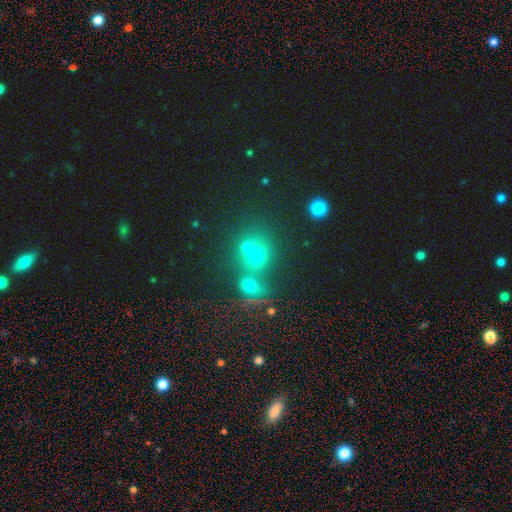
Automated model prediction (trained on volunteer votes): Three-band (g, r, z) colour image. It shows a smooth galaxy with no disk features (57%) that is round (79%). Merging: merger (45%).